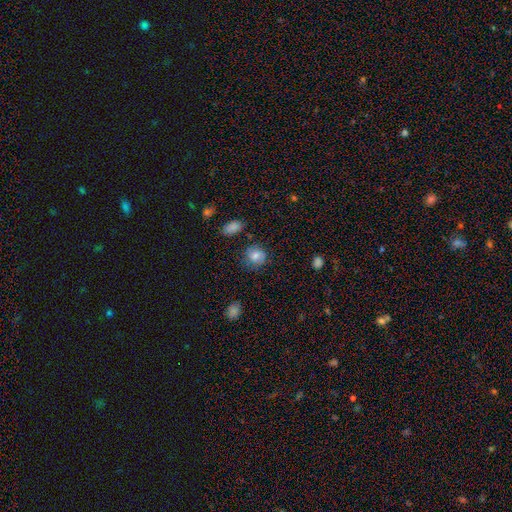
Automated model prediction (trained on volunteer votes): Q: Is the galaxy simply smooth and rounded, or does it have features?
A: smooth — 77%.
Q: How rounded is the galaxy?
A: round — 80%.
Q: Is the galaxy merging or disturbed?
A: none — 77%.